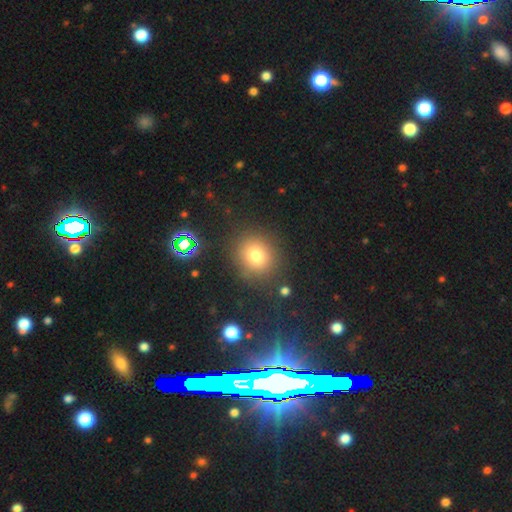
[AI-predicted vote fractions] This is likely a smooth galaxy (76%). How rounded: likely round (79%). Merging: clearly none (84%).